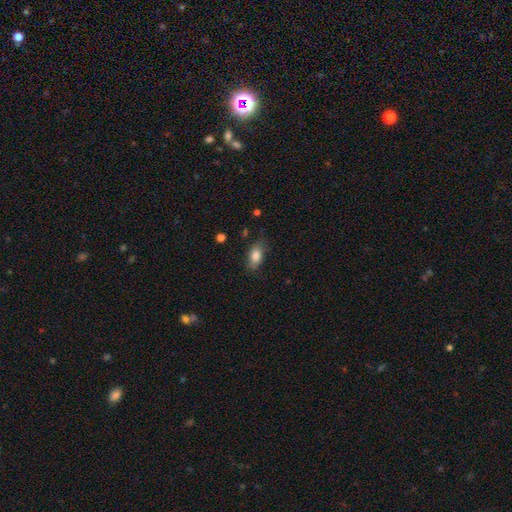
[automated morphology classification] Smooth or featured? smooth (83%)
How rounded? in between (87%)
Merging? none (76%)